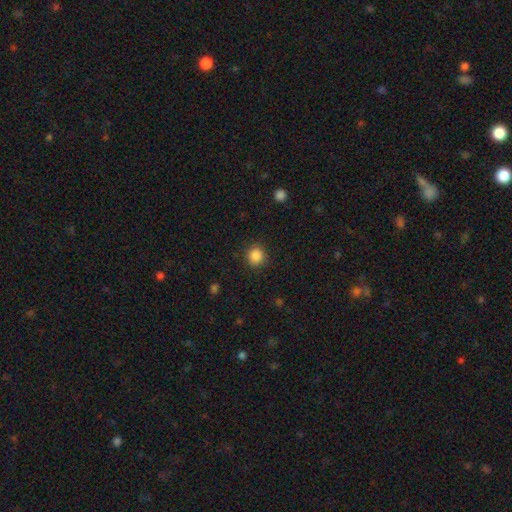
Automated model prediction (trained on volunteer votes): This appears to be a smooth galaxy with no disk features (87%) that is round (88%). Merging: none (89%).